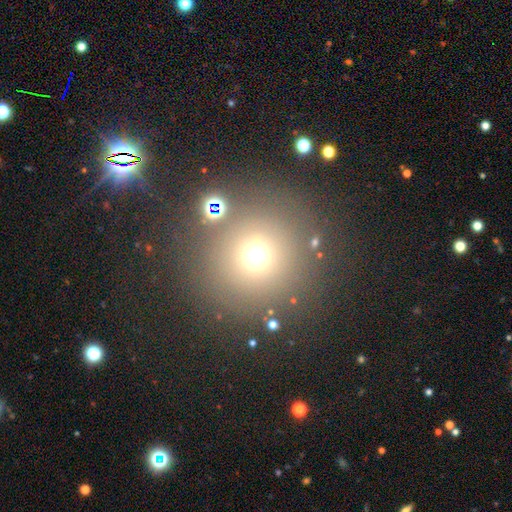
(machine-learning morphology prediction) The model was most divided on "smooth or featured": smooth: 63%, star or artifact: 28%, featured or disk: 10%. More confident: how rounded — round (94%); merging — none (80%).